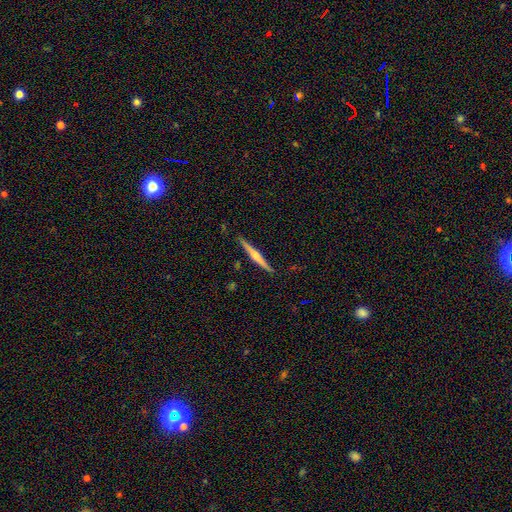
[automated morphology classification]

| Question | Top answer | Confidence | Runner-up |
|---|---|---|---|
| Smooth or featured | featured or disk | 65% | smooth (29%) |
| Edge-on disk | yes | 98% | no (2%) |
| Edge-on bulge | rounded | 71% | none (15%) |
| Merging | none | 89% | minor disturbance (8%) |